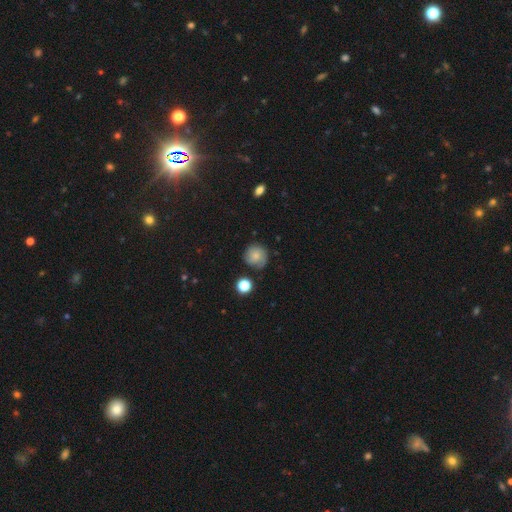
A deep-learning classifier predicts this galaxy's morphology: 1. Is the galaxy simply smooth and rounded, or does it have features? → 65% smooth, 24% featured or disk, 10% star or artifact.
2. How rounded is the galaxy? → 89% round, 10% in between, 1% cigar-shaped.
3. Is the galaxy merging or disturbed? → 71% none, 21% minor disturbance, 6% major disturbance, 3% merger.